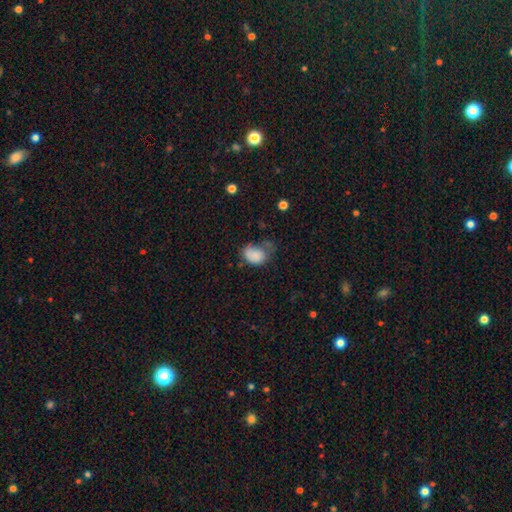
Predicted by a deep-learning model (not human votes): Morphology: type=smooth (77%); roundness=in between (70%); merging=minor disturbance (35%).